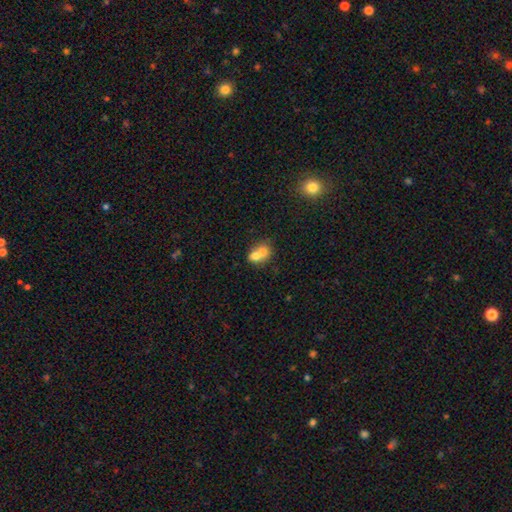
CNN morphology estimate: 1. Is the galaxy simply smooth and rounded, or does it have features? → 67% smooth, 23% featured or disk, 10% star or artifact.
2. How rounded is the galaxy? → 51% in between, 47% round, 1% cigar-shaped.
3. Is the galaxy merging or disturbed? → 70% merger, 20% none, 7% minor disturbance, 3% major disturbance.